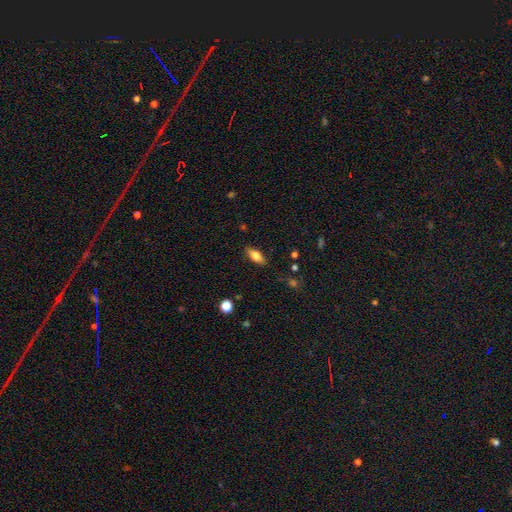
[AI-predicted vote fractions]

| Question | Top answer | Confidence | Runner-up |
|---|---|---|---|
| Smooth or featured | smooth | 72% | featured or disk (20%) |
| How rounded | in between | 80% | cigar-shaped (17%) |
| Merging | none | 85% | minor disturbance (11%) |